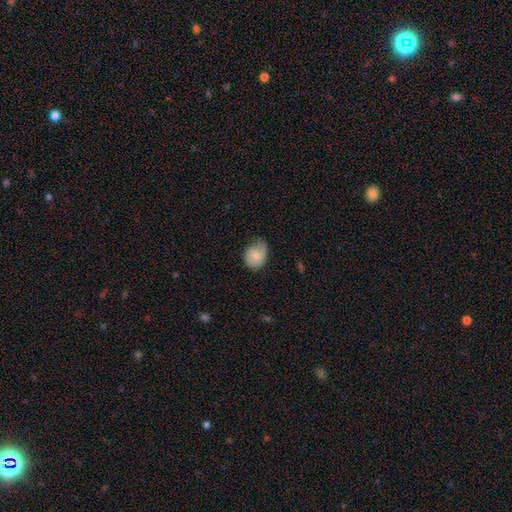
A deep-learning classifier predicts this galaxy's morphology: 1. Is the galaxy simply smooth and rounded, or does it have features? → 64% smooth, 30% featured or disk, 7% star or artifact.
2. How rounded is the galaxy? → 50% in between, 49% round, 1% cigar-shaped.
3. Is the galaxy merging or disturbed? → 53% none, 35% minor disturbance, 10% major disturbance, 1% merger.